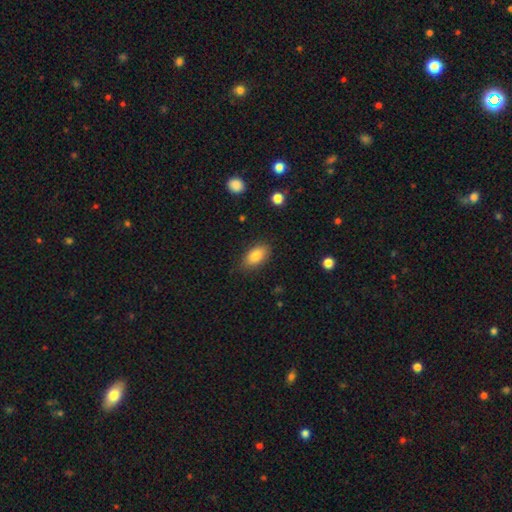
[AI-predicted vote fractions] Smooth or featured? smooth (84%)
How rounded? in between (90%)
Merging? none (81%)